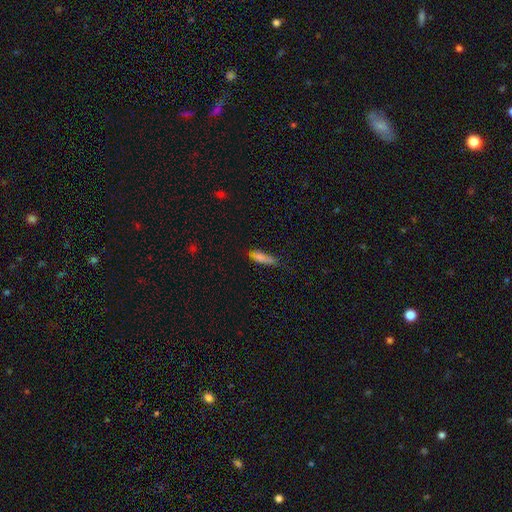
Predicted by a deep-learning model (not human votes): The model was most divided on "merging": none: 58%, minor disturbance: 27%, major disturbance: 10%, merger: 4%. More confident: how rounded — cigar-shaped (73%); smooth or featured — smooth (66%).